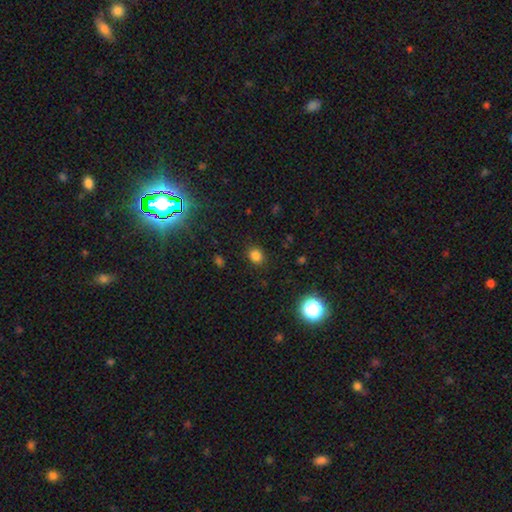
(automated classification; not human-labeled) smooth 81%, star or artifact 15%, featured or disk 4%. Down the decision tree: how rounded — round (66%); merging — none (88%).